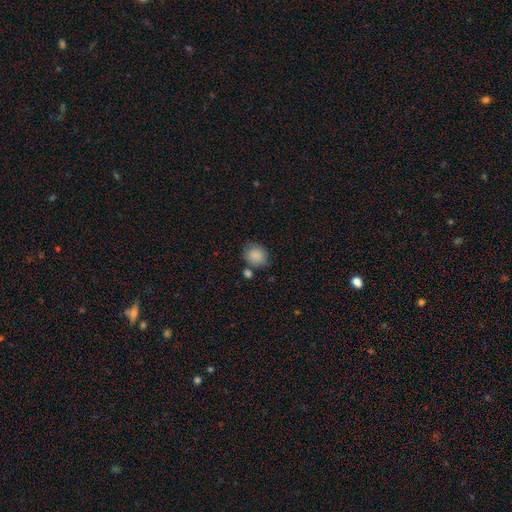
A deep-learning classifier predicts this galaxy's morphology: Smooth or featured: smooth — 85% (star or artifact — 8%)
How rounded: round — 59% (in between — 40%)
Merging: none — 66% (minor disturbance — 19%)